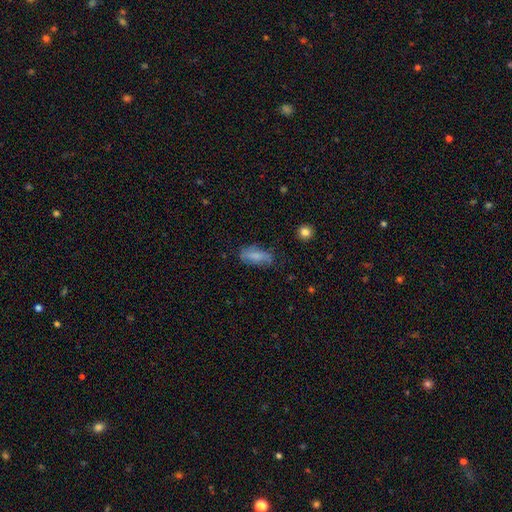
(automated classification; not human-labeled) A smooth galaxy with no disk features (72%) that is in between round and cigar-shaped (80%). Merging: none (64%).